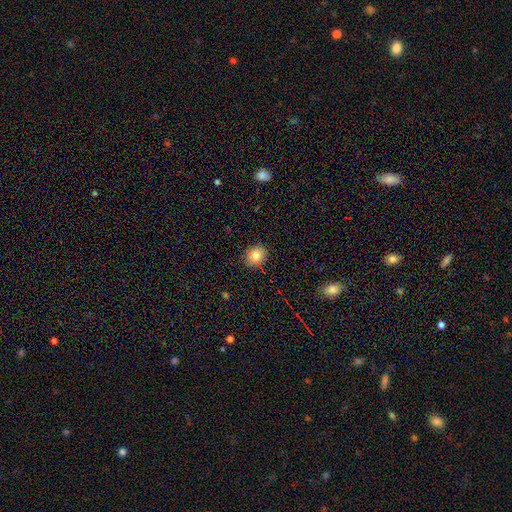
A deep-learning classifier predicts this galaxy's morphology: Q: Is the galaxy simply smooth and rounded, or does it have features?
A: smooth — 82%.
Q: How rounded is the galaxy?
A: round — 65%.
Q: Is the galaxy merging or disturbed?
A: none — 85%.